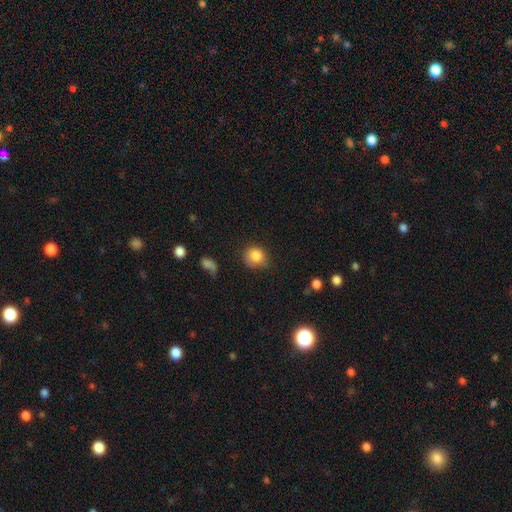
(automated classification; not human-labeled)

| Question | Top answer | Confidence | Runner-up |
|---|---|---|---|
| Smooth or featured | smooth | 83% | star or artifact (9%) |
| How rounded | round | 79% | in between (20%) |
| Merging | none | 58% | minor disturbance (28%) |